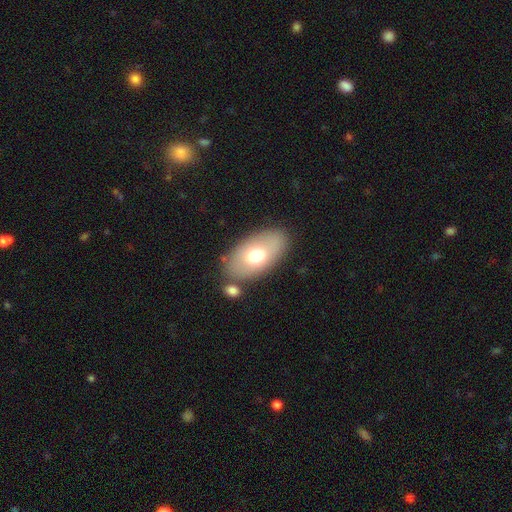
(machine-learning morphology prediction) Smooth or featured? smooth (65%)
How rounded? in between (93%)
Merging? none (77%)